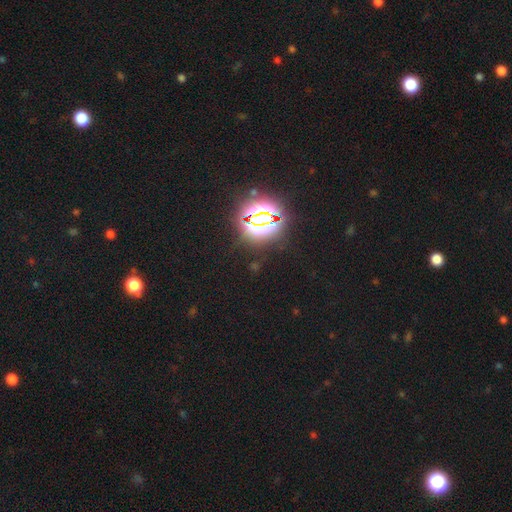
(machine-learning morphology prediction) A star or artifact, not a galaxy (81%).